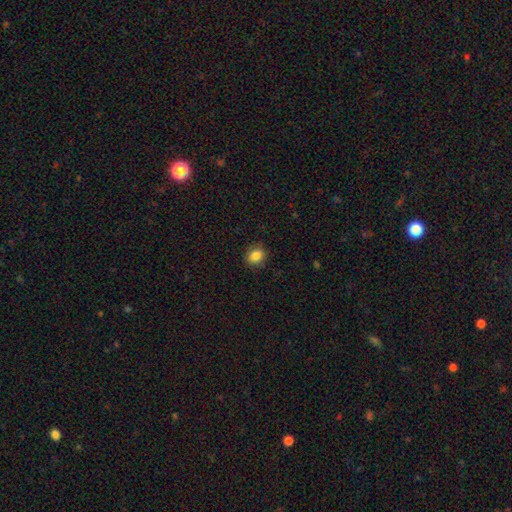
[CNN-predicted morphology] A smooth galaxy with no disk features (85%) that is round (54%). Merging: none (88%).